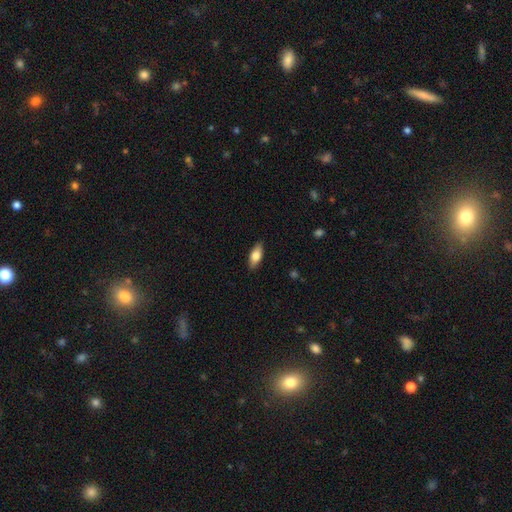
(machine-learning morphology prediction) This is likely a smooth galaxy (75%). How rounded: clearly in between (82%). Merging: clearly none (88%).